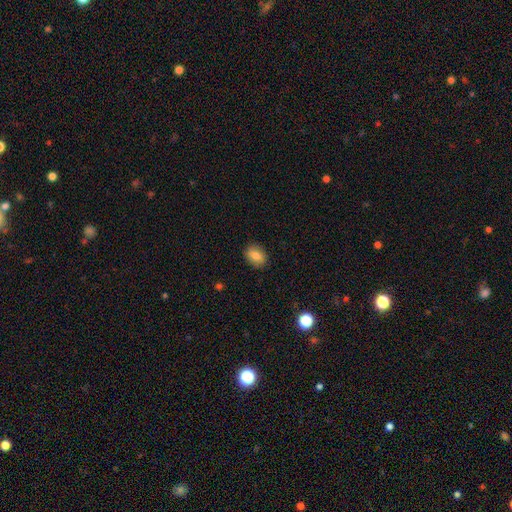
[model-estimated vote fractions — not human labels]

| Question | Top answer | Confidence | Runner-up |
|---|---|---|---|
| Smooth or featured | smooth | 82% | featured or disk (10%) |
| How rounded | in between | 71% | round (28%) |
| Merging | none | 87% | minor disturbance (10%) |